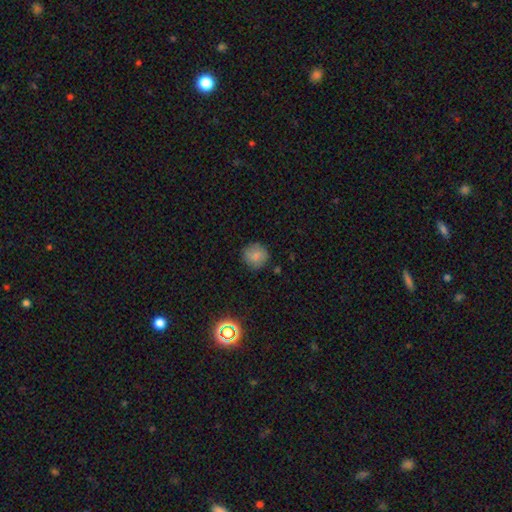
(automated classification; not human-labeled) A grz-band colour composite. It shows a smooth galaxy with no disk features (80%) that is round (93%). Merging: none (84%).